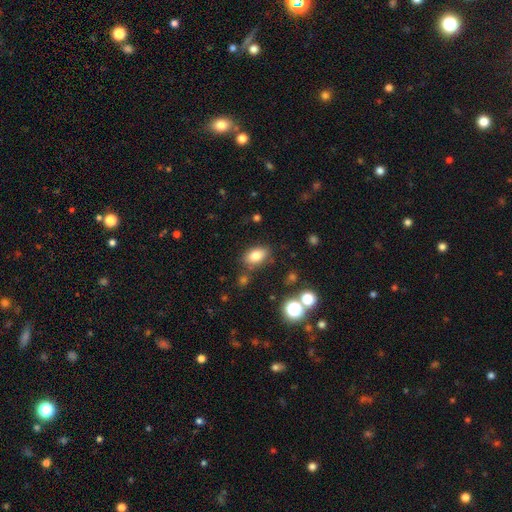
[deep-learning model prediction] A smooth galaxy with no disk features (80%) that is in between round and cigar-shaped (87%). Merging: none (79%).